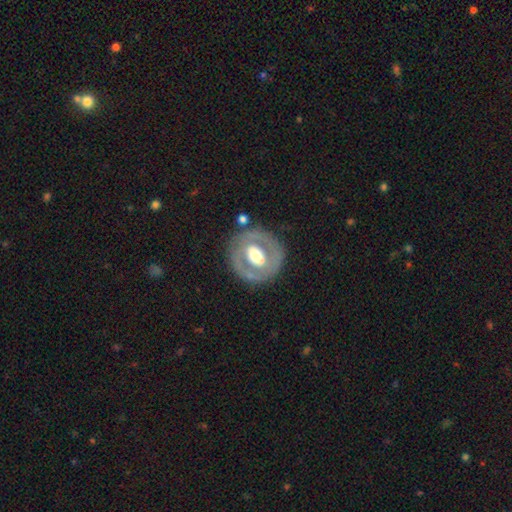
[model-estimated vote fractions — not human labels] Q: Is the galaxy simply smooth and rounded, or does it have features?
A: featured or disk — 62%.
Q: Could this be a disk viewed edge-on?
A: no — 95%.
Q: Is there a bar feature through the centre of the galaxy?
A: no — 50%.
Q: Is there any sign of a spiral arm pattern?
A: no — 79%.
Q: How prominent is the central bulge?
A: moderate — 56%.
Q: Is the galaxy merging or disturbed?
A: none — 75%.